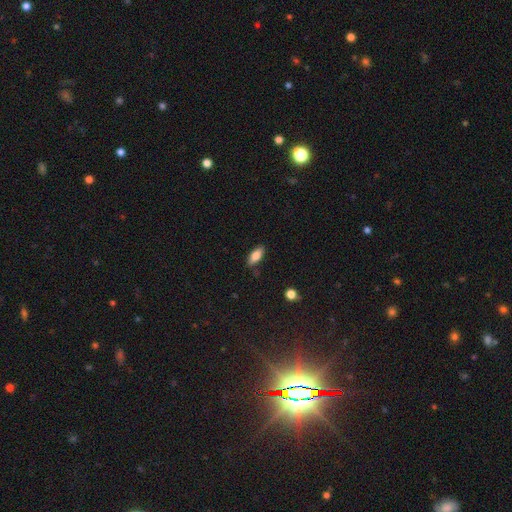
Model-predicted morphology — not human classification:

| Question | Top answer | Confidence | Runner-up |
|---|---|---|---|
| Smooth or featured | smooth | 82% | featured or disk (11%) |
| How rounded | in between | 80% | cigar-shaped (18%) |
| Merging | none | 84% | minor disturbance (12%) |